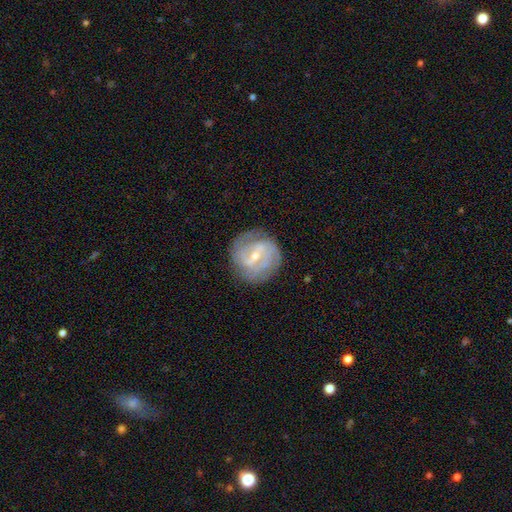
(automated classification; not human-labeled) This is likely a featured or disk galaxy (79%). It is clearly not viewed edge-on (97%). Bar: possibly weak (52%). Spiral arm pattern: clearly yes (88%). Spiral arm count: possibly 2 (47%). Spiral winding: possibly tight (45%). Central bulge: likely small (64%). Merging: likely none (76%).